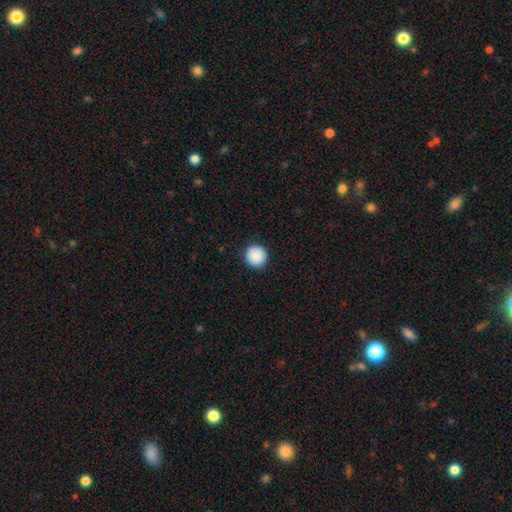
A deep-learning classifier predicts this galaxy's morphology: Overall: smooth (90%). How rounded: round (96%). Merging: none (93%).